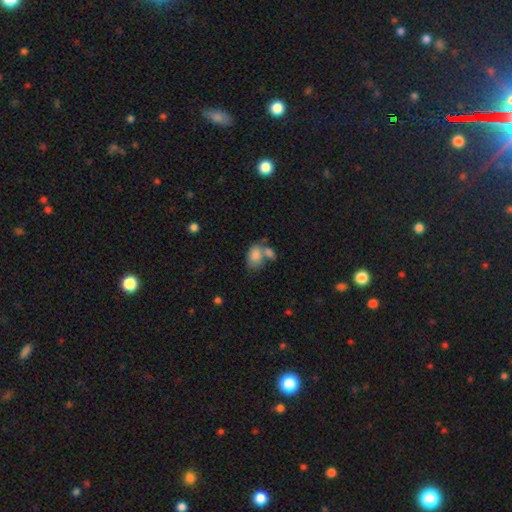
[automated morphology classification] Smooth or featured? Predicted: smooth (p=0.83). How rounded? Predicted: in between (p=0.86). Merging? Predicted: merger (p=0.46).